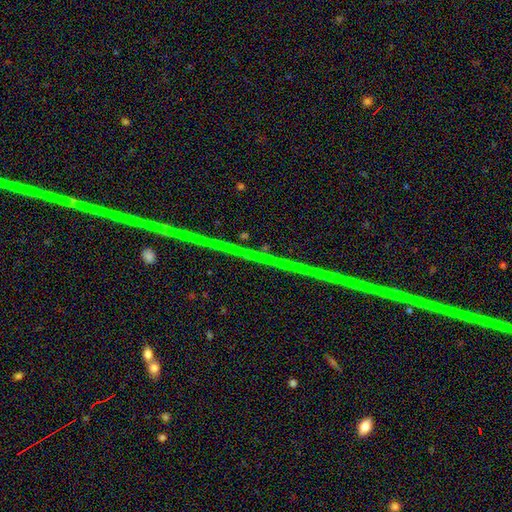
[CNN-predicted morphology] Smooth or featured? star or artifact (88%)